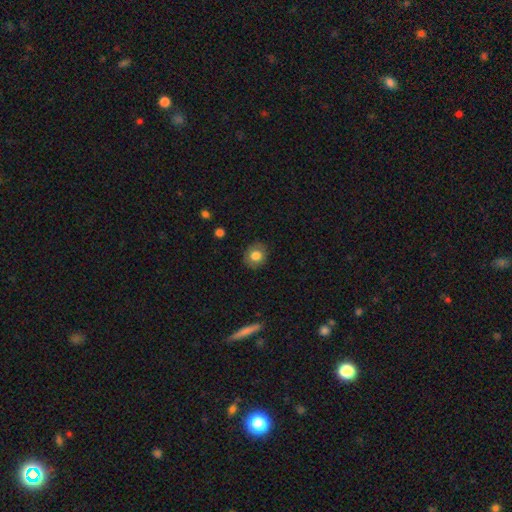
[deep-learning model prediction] Q: Smooth or featured?
A: smooth (80%); runner-up: featured or disk (11%)
Q: How rounded?
A: round (79%); runner-up: in between (20%)
Q: Merging?
A: none (86%); runner-up: minor disturbance (10%)